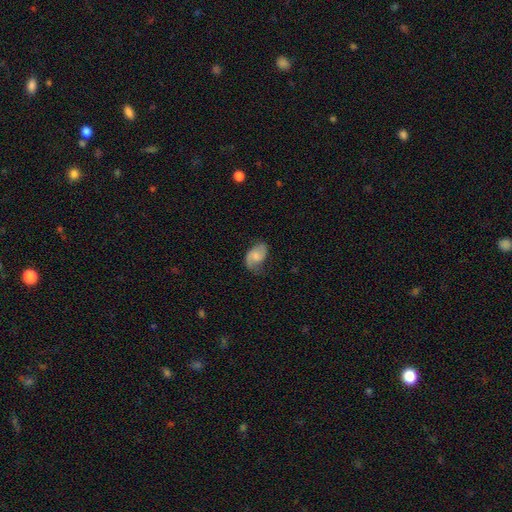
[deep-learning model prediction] A featured or disk galaxy (53%) with no bar (57%), spiral arms (89%) and a small central bulge (38%).

Vote fractions:
- Smooth or featured? featured or disk: 53% / smooth: 39% / star or artifact: 8%
- Edge-on disk? no: 97% / yes: 3%
- Bar? no: 57% / weak: 36% / strong: 7%
- Spiral arms? yes: 89% / no: 11%
- Bulge size? small: 38% / moderate: 35% / none: 20% / large: 6% / dominant: 2%
- Merging? none: 59% / minor disturbance: 28% / major disturbance: 12% / merger: 2%